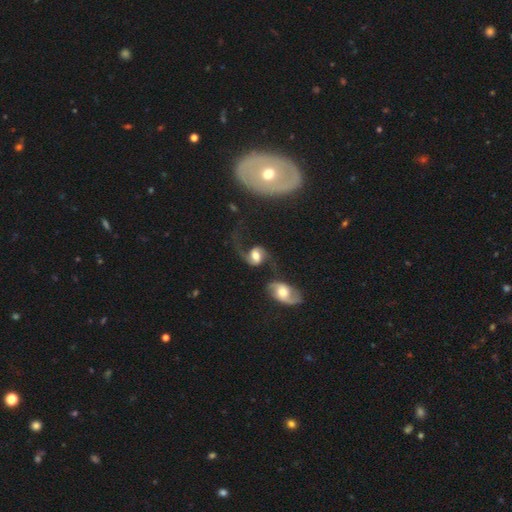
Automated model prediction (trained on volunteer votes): featured or disk 74%, smooth 19%, star or artifact 7%. Down the decision tree: edge-on disk — no (97%); bar — no (41%, tied with weak); spiral arms — yes (93%); spiral arm count — 2 (82%); spiral winding — loose (59%); bulge size — moderate (50%); merging — none (36%).